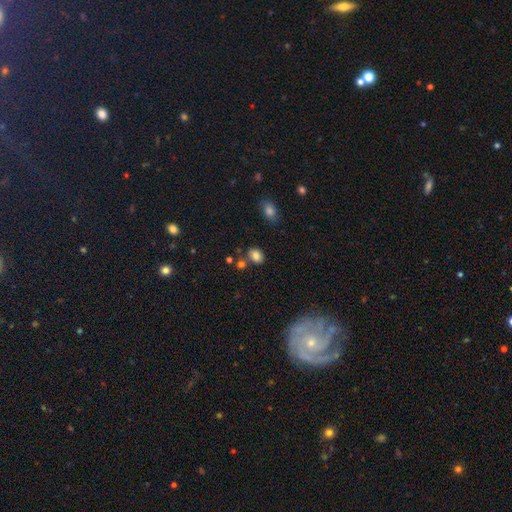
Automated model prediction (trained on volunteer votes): Morphology: type=smooth (82%); roundness=in between (62%); merging=none (69%).